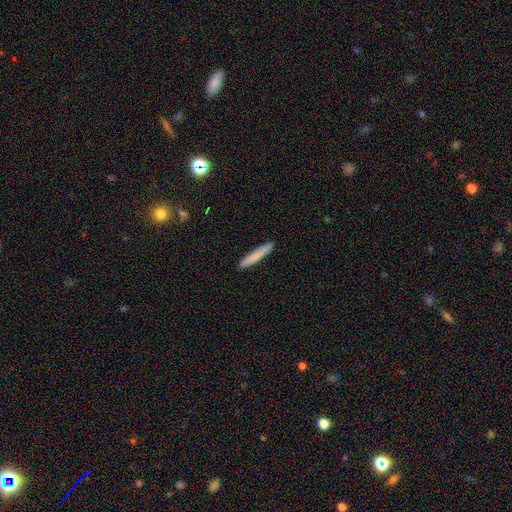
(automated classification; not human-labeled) Smooth or featured?
  - smooth: 77% *
  - featured or disk: 16%
  - star or artifact: 6%
How rounded?
  - cigar-shaped: 95% *
  - in between: 4%
  - round: 1%
Merging?
  - none: 91% *
  - minor disturbance: 6%
  - major disturbance: 1%
  - merger: 1%